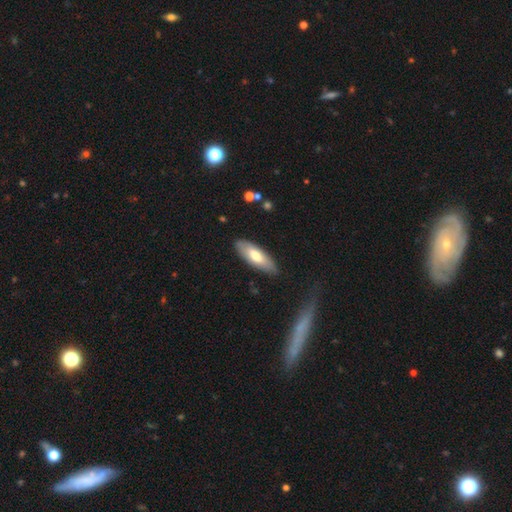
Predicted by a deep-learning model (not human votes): Overall: smooth (66%; featured or disk 29%). How rounded: in between (68%; cigar-shaped 31%). Merging: none (84%).